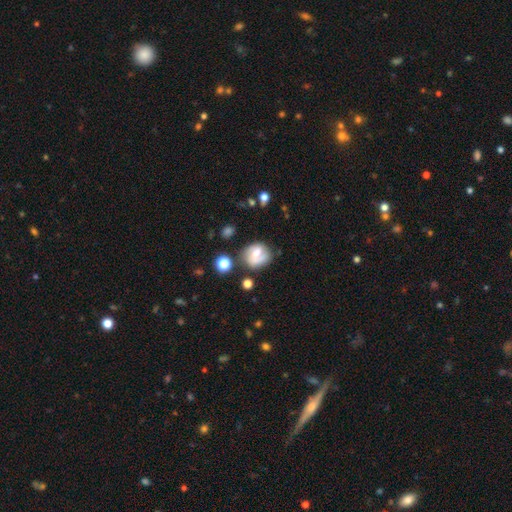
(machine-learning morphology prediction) smooth-or-featured: smooth: 46% | featured or disk: 43% | star or artifact: 10%
  merging: none: 58% | minor disturbance: 22% | merger: 10% | major disturbance: 10%